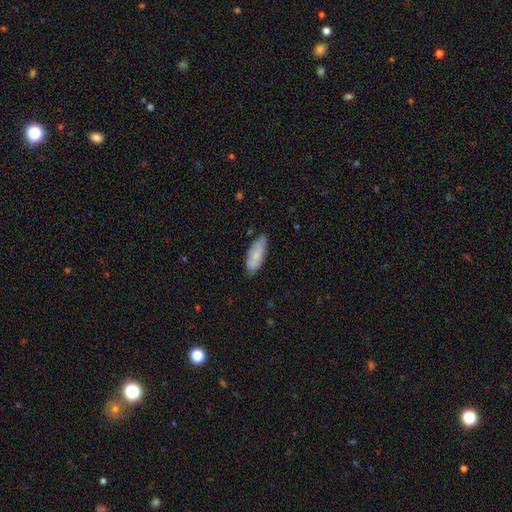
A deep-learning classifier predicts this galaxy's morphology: smooth_or_featured: smooth (p=0.73) [alt: featured or disk p=0.21]
how_rounded: in between (p=0.73) [alt: cigar-shaped p=0.25]
merging: none (p=0.73) [alt: minor disturbance p=0.22]